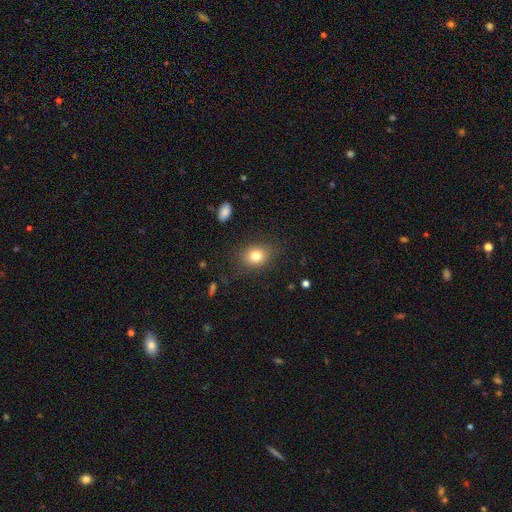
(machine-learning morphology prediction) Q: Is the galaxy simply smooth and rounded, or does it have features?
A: smooth — 79%.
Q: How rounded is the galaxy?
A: in between — 50%.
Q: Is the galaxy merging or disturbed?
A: none — 82%.